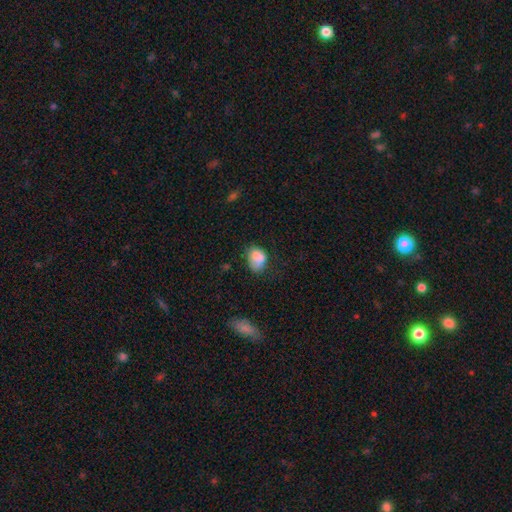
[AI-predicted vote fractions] Smooth or featured? smooth (81%)
How rounded? in between (72%)
Merging? none (46%)